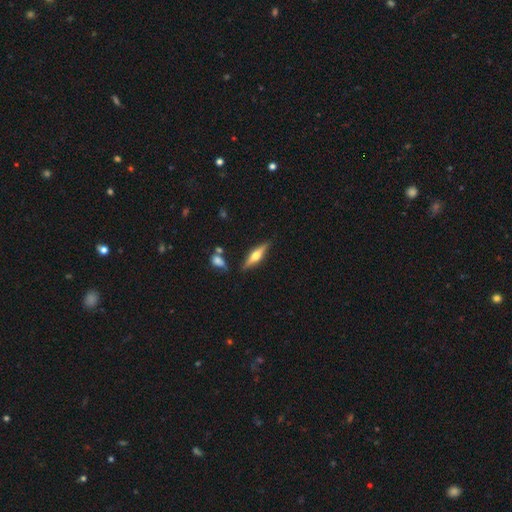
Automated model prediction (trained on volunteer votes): smooth-or-featured: featured or disk: 64% | smooth: 29% | star or artifact: 6%
  disk-edge-on: yes: 96% | no: 4%
    edge-on-bulge: rounded: 93% | boxy: 4% | none: 2%
  merging: none: 83% | minor disturbance: 10% | merger: 4% | major disturbance: 3%